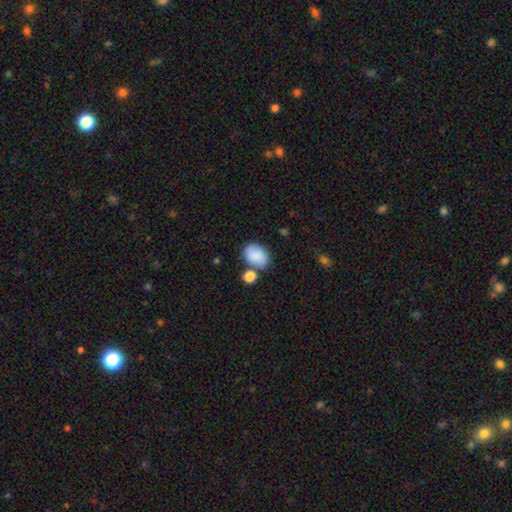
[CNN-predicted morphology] smooth 86%, star or artifact 7%, featured or disk 7%. Down the decision tree: how rounded — in between (80%); merging — none (67%).